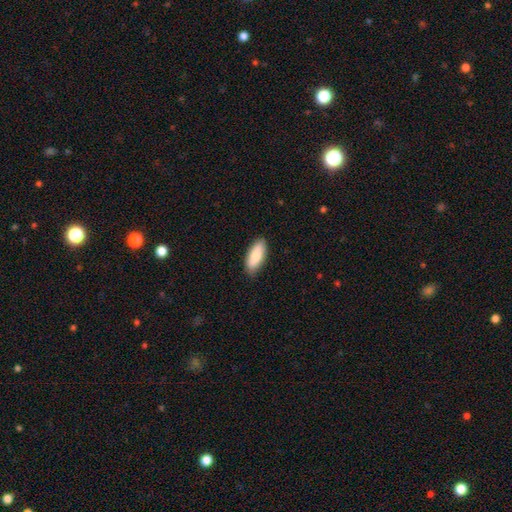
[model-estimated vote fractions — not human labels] smooth-or-featured: smooth: 85% | featured or disk: 10% | star or artifact: 5%
  how-rounded: in between: 78% | cigar-shaped: 20% | round: 2%
  merging: none: 85% | minor disturbance: 12% | major disturbance: 2% | merger: 1%